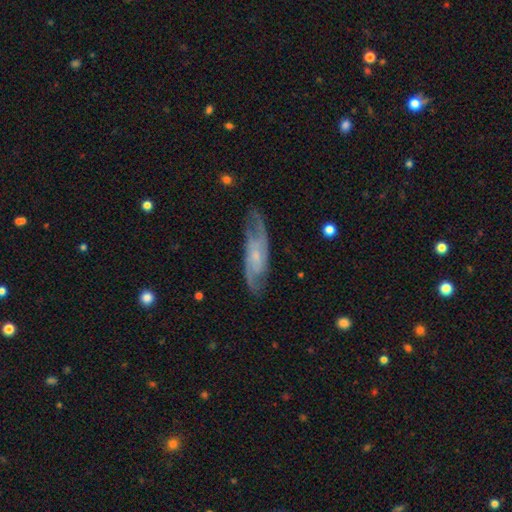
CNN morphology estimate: featured or disk 82%, smooth 13%, star or artifact 6%. Down the decision tree: edge-on disk — no (86%); bar — no (58%); spiral arms — yes (95%); spiral arm count — 2 (73%); spiral winding — medium (49%); bulge size — small (67%); merging — none (76%).